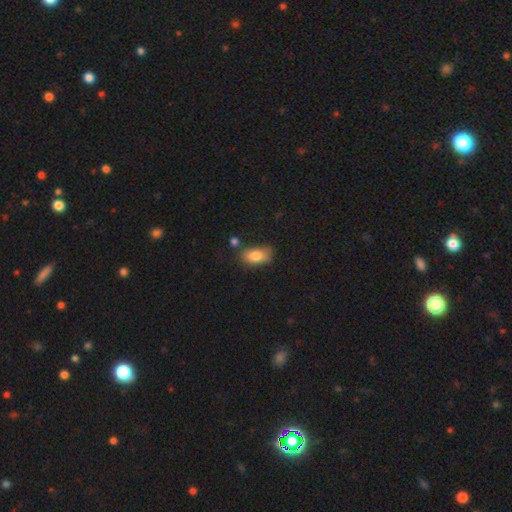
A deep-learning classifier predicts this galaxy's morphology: Overall: smooth (81%). How rounded: in between (89%). Merging: none (63%).